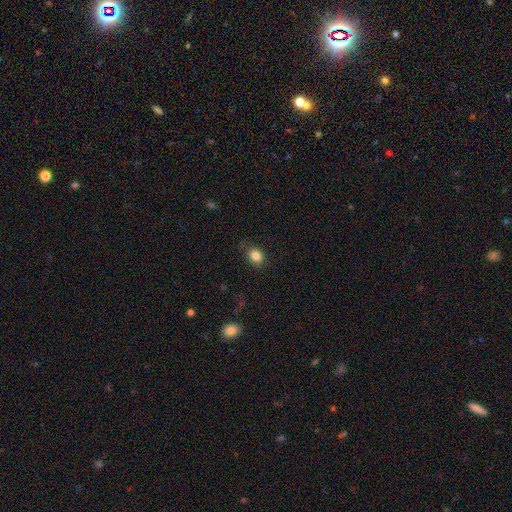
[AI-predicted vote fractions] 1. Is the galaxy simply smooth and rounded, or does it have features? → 84% smooth, 10% star or artifact, 6% featured or disk.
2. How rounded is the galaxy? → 51% in between, 48% round, 1% cigar-shaped.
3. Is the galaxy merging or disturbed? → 80% none, 15% minor disturbance, 4% major disturbance, 1% merger.